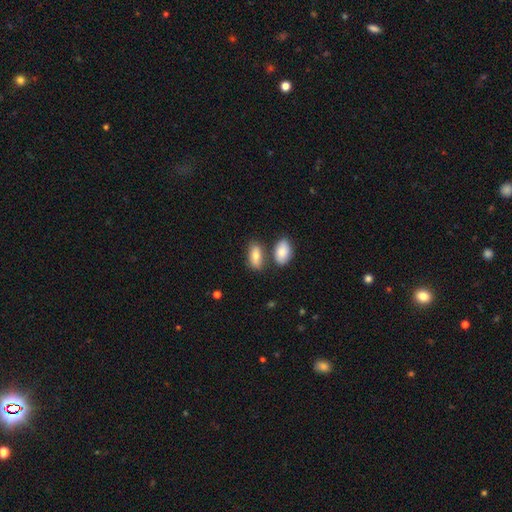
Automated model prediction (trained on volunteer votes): smooth_or_featured: smooth (p=0.80) [alt: featured or disk p=0.13]
how_rounded: in between (p=0.88) [alt: cigar-shaped p=0.07]
merging: none (p=0.64) [alt: merger p=0.20]